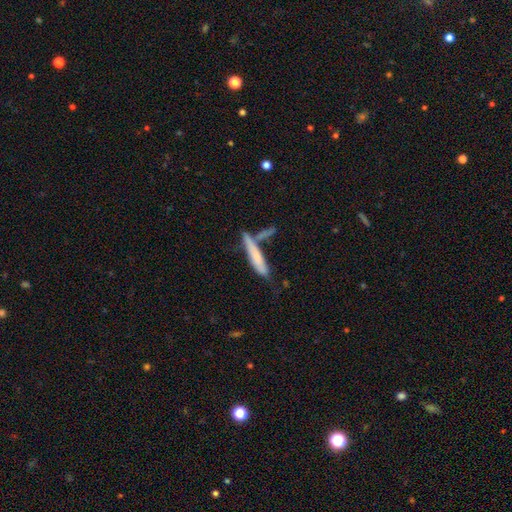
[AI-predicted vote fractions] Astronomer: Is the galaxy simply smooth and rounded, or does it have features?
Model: smooth — 66%.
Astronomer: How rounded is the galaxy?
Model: cigar-shaped — 87%.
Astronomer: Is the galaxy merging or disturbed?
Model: none — 49% (runner-up: merger, 24%).